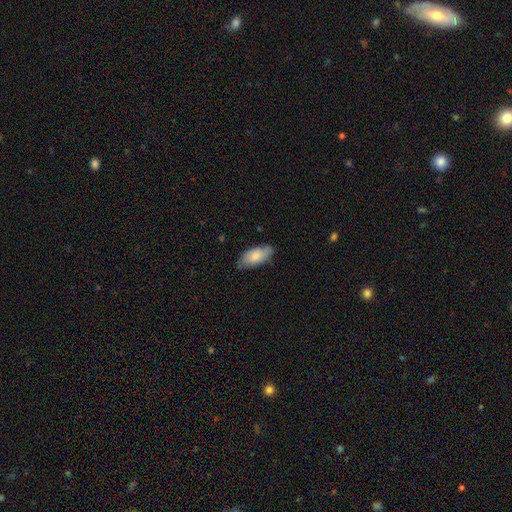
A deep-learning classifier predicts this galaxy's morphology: This appears to be a smooth galaxy with no disk features (78%) that is in between round and cigar-shaped (89%). Merging: none (74%).